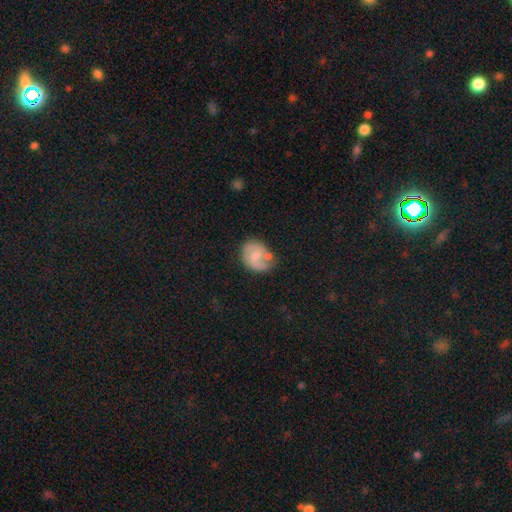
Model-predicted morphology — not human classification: featured or disk 53%, smooth 40%, star or artifact 7%. Down the decision tree: edge-on disk — no (97%); bar — no (47%); spiral arms — yes (74%); bulge size — moderate (45%); merging — none (50%).